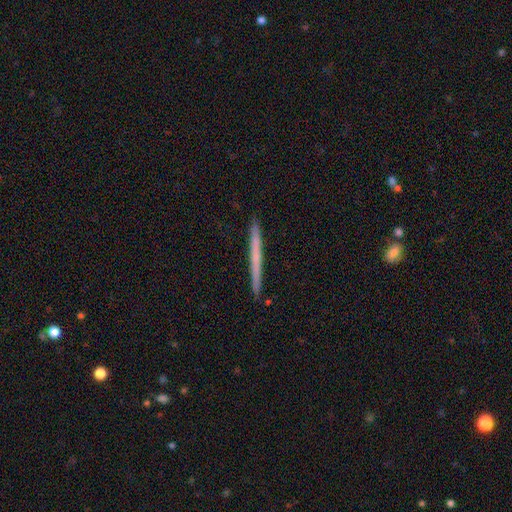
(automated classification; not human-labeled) A smooth galaxy with no disk features (49%). Merging: none (92%).